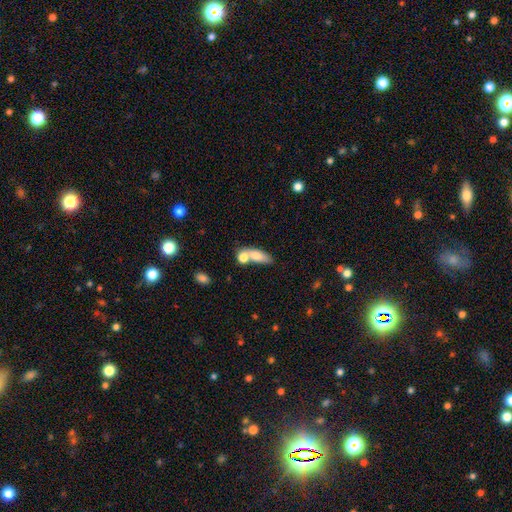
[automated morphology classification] Smooth or featured? smooth (76%)
How rounded? in between (68%)
Merging? merger (42%)